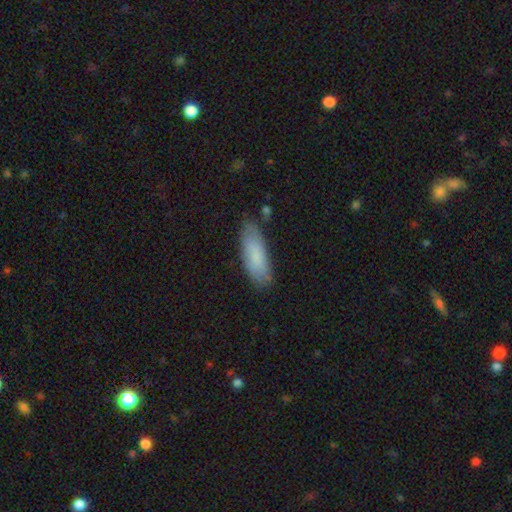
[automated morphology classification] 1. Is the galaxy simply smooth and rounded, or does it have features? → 82% smooth, 12% featured or disk, 6% star or artifact.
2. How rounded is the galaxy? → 61% in between, 38% cigar-shaped, 2% round.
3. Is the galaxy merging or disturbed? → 77% none, 18% minor disturbance, 3% major disturbance, 2% merger.